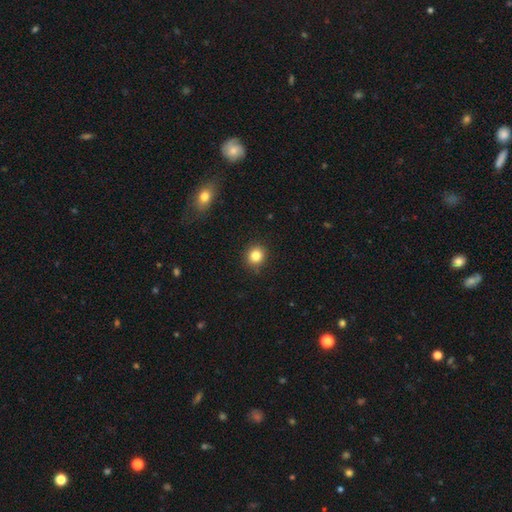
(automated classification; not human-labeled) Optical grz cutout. It shows a smooth galaxy with no disk features (83%) that is round (86%). Merging: none (89%).